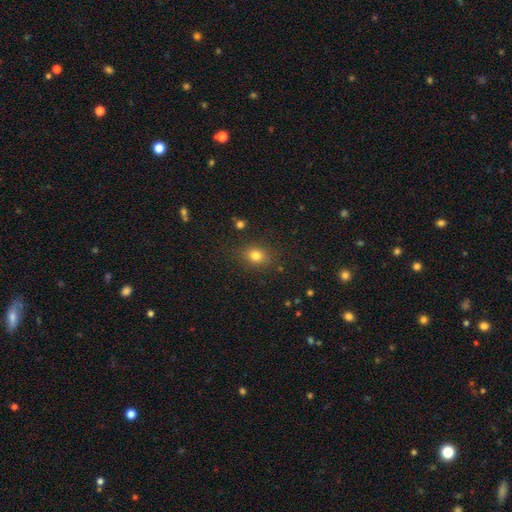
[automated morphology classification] smooth-or-featured: smooth: 79% | star or artifact: 13% | featured or disk: 8%
  how-rounded: round: 50% | in between: 48% | cigar-shaped: 1%
  merging: none: 83% | minor disturbance: 11% | major disturbance: 4% | merger: 2%